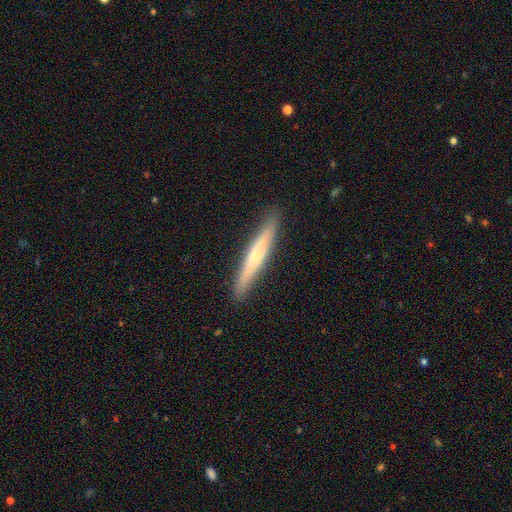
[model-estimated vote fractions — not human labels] smooth 50%, featured or disk 45%, star or artifact 6%. Down the decision tree: merging — none (91%).